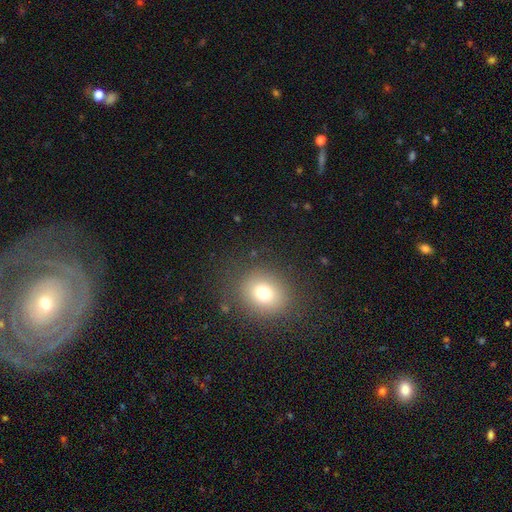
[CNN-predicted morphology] Q: Smooth or featured?
A: smooth (57%); runner-up: featured or disk (25%)
Q: How rounded?
A: round (60%); runner-up: in between (39%)
Q: Merging?
A: none (86%); runner-up: minor disturbance (9%)